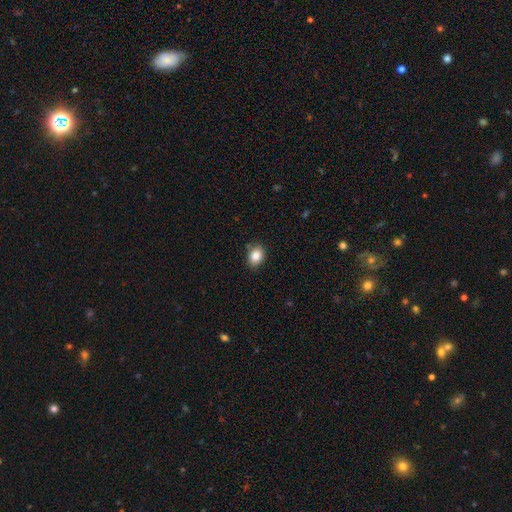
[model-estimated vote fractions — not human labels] Smooth or featured: smooth — 86% (star or artifact — 9%)
How rounded: in between — 61% (round — 38%)
Merging: none — 84% (minor disturbance — 12%)